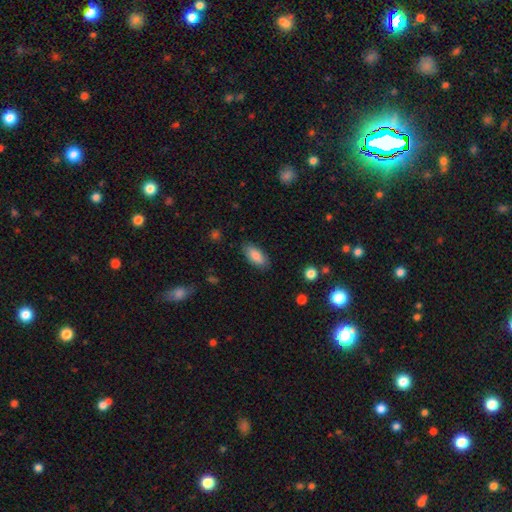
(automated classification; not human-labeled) A smooth galaxy with no disk features (84%) that is in between round and cigar-shaped (89%).

Vote fractions:
- Smooth or featured? smooth: 84% / featured or disk: 10% / star or artifact: 7%
- How rounded? in between: 89% / cigar-shaped: 9% / round: 2%
- Merging? none: 84% / minor disturbance: 13% / major disturbance: 3% / merger: 1%